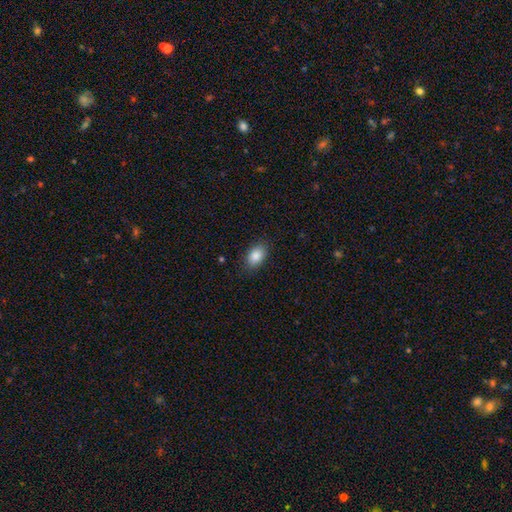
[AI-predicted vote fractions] A smooth galaxy with no disk features (87%) that is in between round and cigar-shaped (88%).

Vote fractions:
- Smooth or featured? smooth: 87% / star or artifact: 8% / featured or disk: 5%
- How rounded? in between: 88% / round: 11% / cigar-shaped: 1%
- Merging? none: 86% / minor disturbance: 11% / major disturbance: 3% / merger: 1%